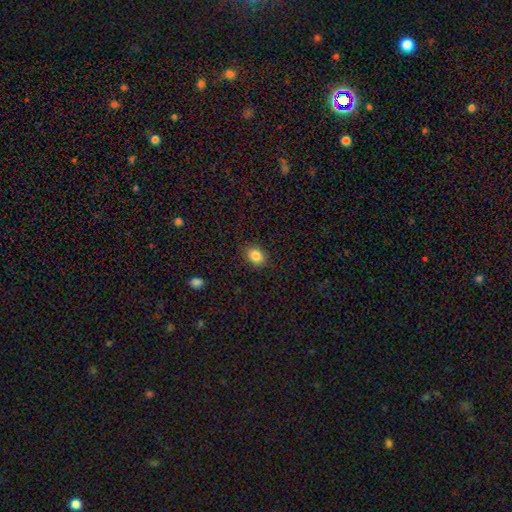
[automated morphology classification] Smooth or featured? smooth (85%)
How rounded? in between (51%)
Merging? none (87%)